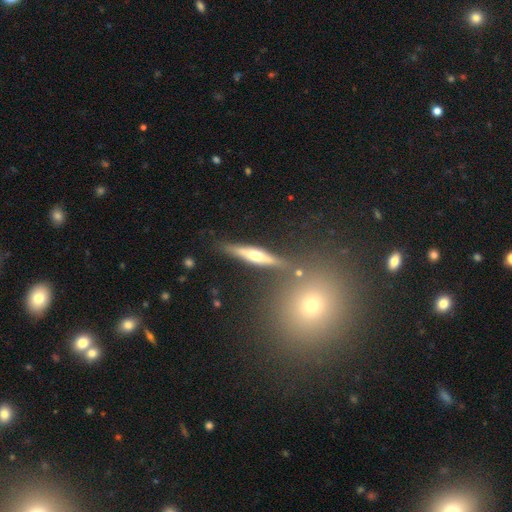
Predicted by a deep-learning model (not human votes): Smooth or featured? featured or disk (62%)
Edge-on disk? yes (93%)
Edge-on bulge? rounded (90%)
Merging? none (78%)